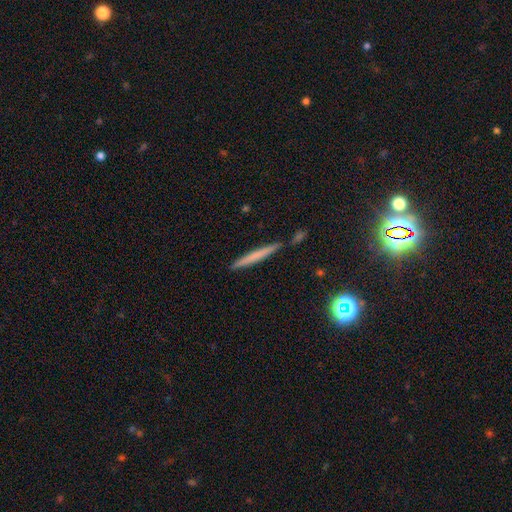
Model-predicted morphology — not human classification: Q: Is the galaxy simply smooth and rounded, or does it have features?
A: smooth — 59%.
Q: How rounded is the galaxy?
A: cigar-shaped — 96%.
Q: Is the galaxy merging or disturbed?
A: none — 83%.